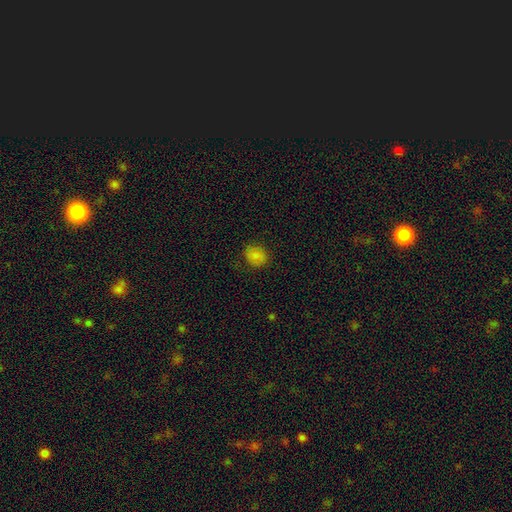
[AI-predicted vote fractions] Smooth or featured? Predicted: smooth (p=0.84). How rounded? Predicted: round (p=0.65). Merging? Predicted: none (p=0.84).